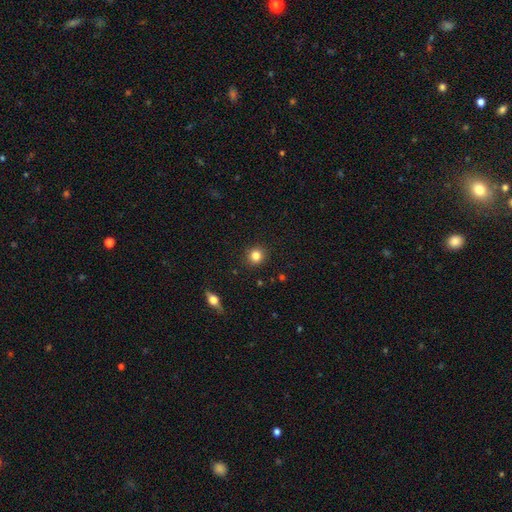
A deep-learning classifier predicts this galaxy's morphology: Q: Smooth or featured?
A: smooth (82%); runner-up: star or artifact (11%)
Q: How rounded?
A: round (91%); runner-up: in between (8%)
Q: Merging?
A: none (91%); runner-up: minor disturbance (6%)